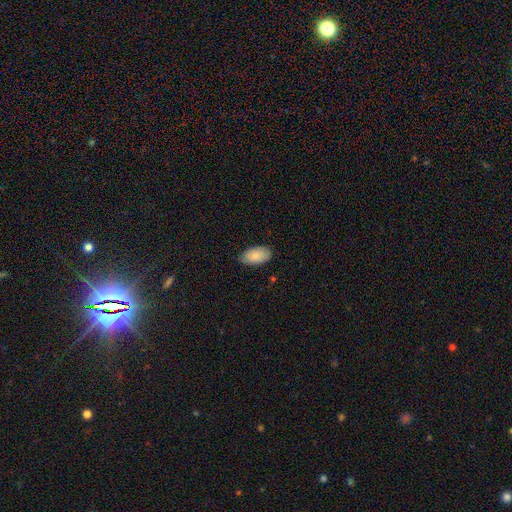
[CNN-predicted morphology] Smooth or featured?
  - smooth: 83% *
  - featured or disk: 11%
  - star or artifact: 6%
How rounded?
  - in between: 95% *
  - round: 3%
  - cigar-shaped: 2%
Merging?
  - none: 79% *
  - minor disturbance: 17%
  - major disturbance: 2%
  - merger: 1%